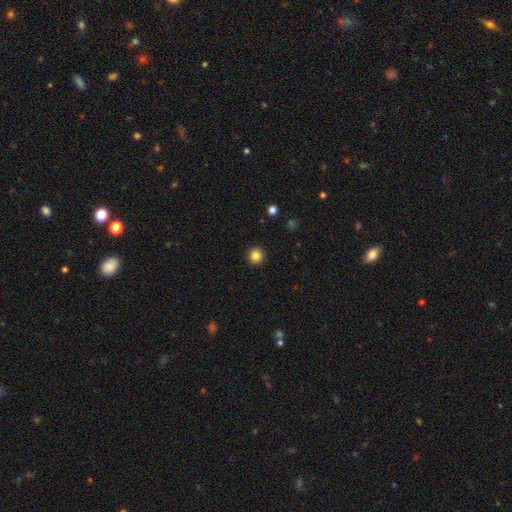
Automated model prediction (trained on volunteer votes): Smooth or featured: smooth — 85% (star or artifact — 11%)
How rounded: round — 94% (in between — 5%)
Merging: none — 93% (minor disturbance — 5%)